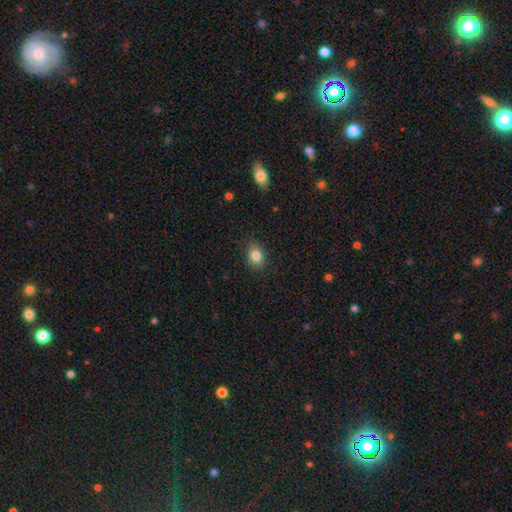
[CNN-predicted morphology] type=smooth (83%); roundness=in between (70%); merging=none (85%).